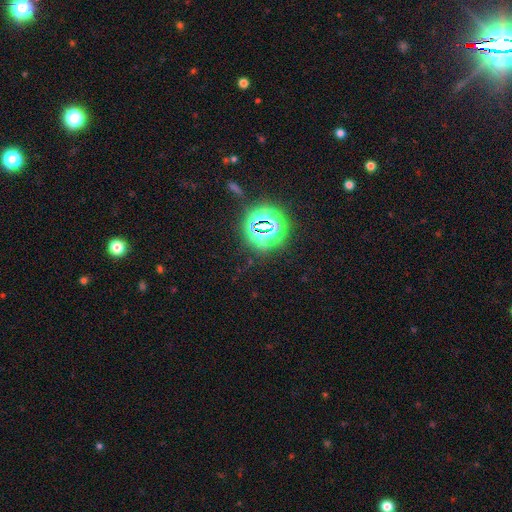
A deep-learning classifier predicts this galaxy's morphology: Q: Smooth or featured?
A: star or artifact (80%); runner-up: smooth (13%)